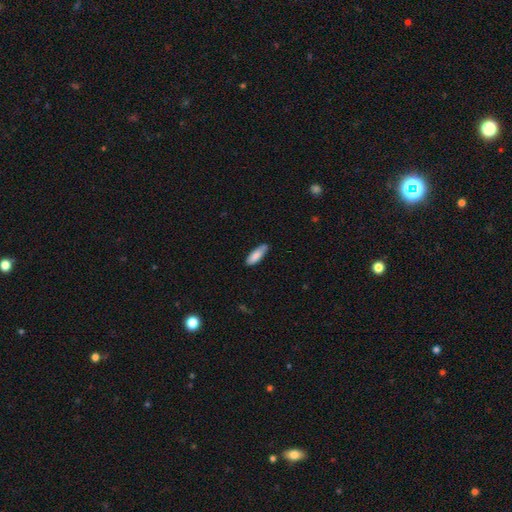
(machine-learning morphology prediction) smooth 83%, featured or disk 11%, star or artifact 6%. Down the decision tree: how rounded — in between (56%); merging — none (70%).